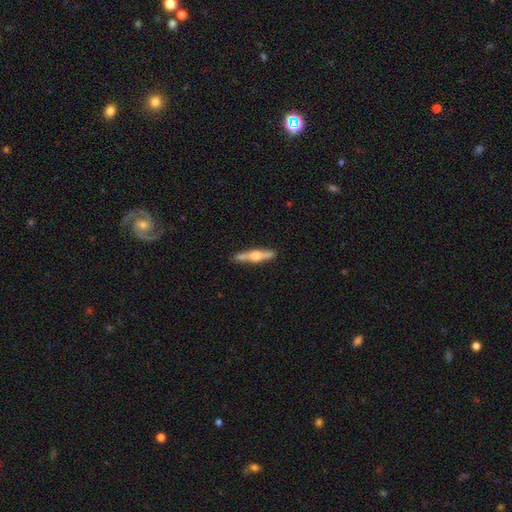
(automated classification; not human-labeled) smooth_or_featured: featured or disk (p=0.67) [alt: smooth p=0.28]
disk_edge_on: yes (p=0.96) [alt: no p=0.04]
edge_on_bulge: rounded (p=0.92) [alt: boxy p=0.06]
merging: none (p=0.87) [alt: minor disturbance p=0.09]